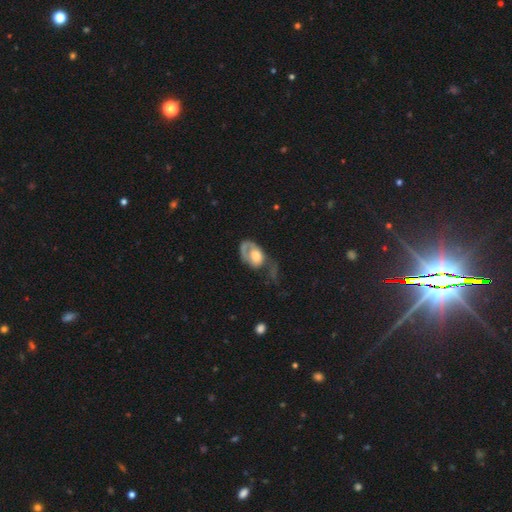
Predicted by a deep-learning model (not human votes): Smooth or featured? Predicted: featured or disk (p=0.53). Edge-on disk? Predicted: no (p=0.94). Bar? Predicted: no (p=0.81). Spiral arms? Predicted: yes (p=0.56). Bulge size? Predicted: moderate (p=0.47). Merging? Predicted: major disturbance (p=0.51).